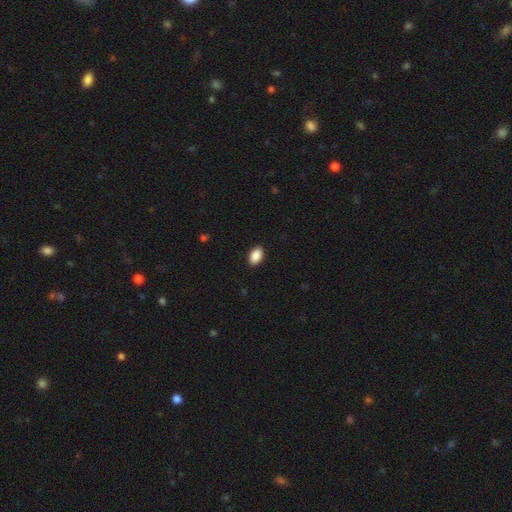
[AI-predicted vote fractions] Smooth or featured? Predicted: smooth (p=0.90). How rounded? Predicted: in between (p=0.92). Merging? Predicted: none (p=0.90).